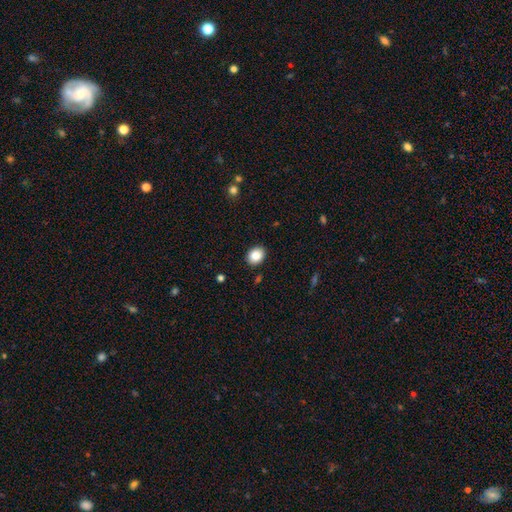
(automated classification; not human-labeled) smooth_or_featured: smooth (p=0.86) [alt: star or artifact p=0.09]
how_rounded: in between (p=0.52) [alt: round p=0.47]
merging: none (p=0.90) [alt: minor disturbance p=0.07]